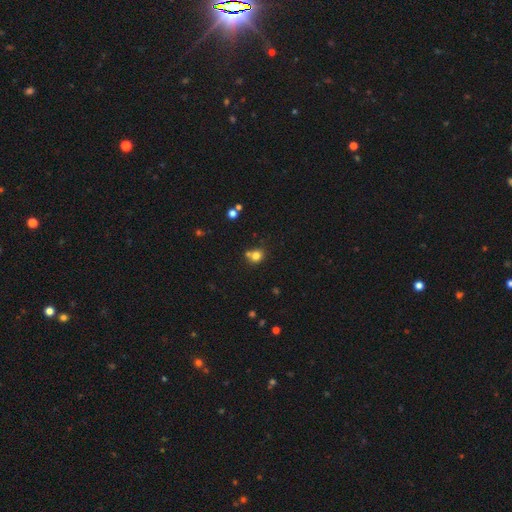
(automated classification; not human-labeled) smooth-or-featured: smooth: 77% | star or artifact: 14% | featured or disk: 9%
  how-rounded: round: 76% | in between: 23% | cigar-shaped: 1%
  merging: none: 57% | merger: 28% | minor disturbance: 12% | major disturbance: 4%